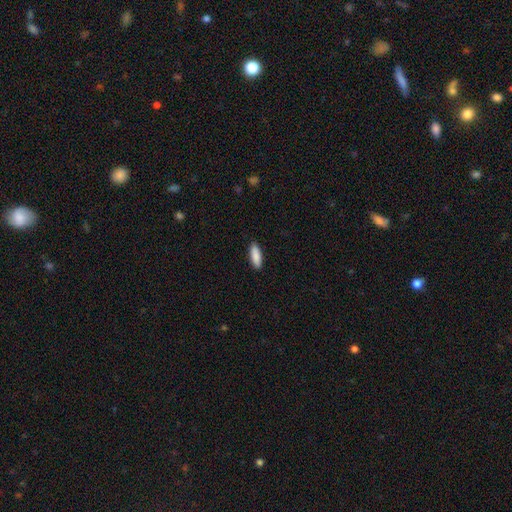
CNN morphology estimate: This is clearly a smooth galaxy (89%). How rounded: possibly in between (60%). Merging: clearly none (90%).